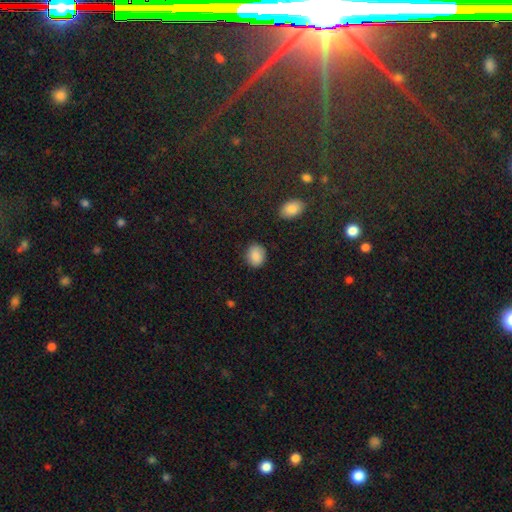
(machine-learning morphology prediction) This is clearly a smooth galaxy (88%). How rounded: likely round (61%). Merging: clearly none (86%).